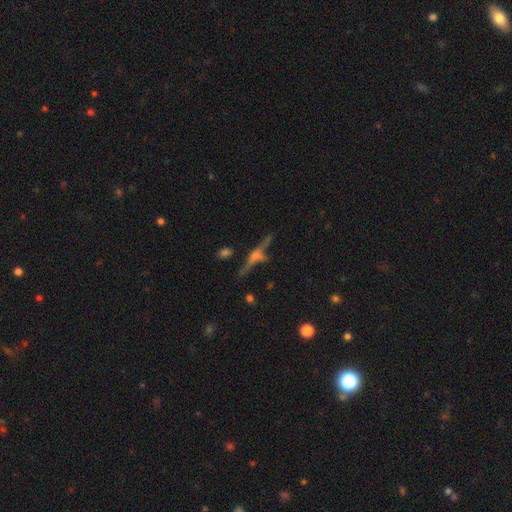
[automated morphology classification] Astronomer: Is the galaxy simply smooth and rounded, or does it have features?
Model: featured or disk — 63%.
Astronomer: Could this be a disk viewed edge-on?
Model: yes — 86%.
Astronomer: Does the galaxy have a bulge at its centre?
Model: rounded — 62%.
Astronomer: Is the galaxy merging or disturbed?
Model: none — 61%.